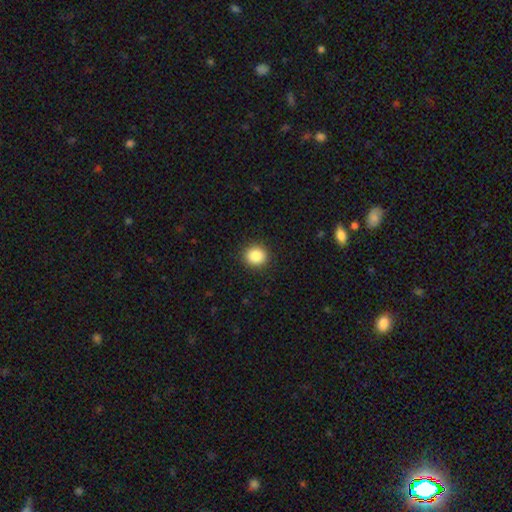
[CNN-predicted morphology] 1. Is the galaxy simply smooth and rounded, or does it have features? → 87% smooth, 9% star or artifact, 3% featured or disk.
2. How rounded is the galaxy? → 85% round, 14% in between, 1% cigar-shaped.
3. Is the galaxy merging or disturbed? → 91% none, 6% minor disturbance, 2% major disturbance, 1% merger.